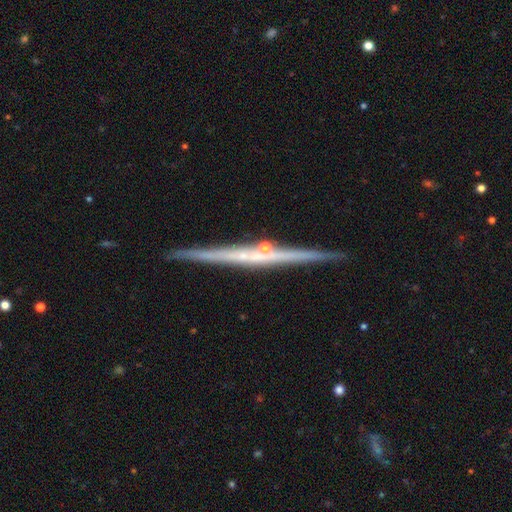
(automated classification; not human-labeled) A featured or disk galaxy (78%) viewed edge-on (98%) with no central bulge (58%). Merging: none (87%).